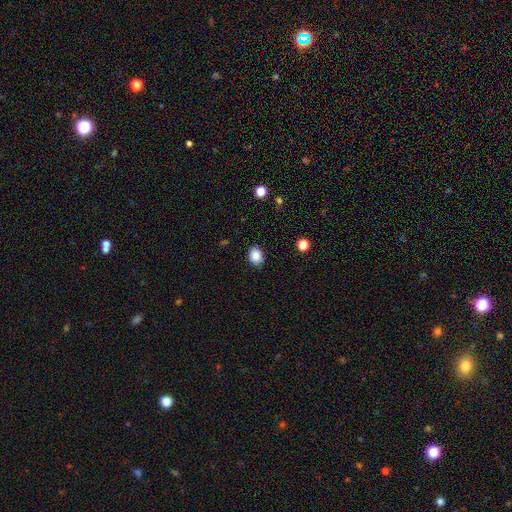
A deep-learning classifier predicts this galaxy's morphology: A smooth galaxy with no disk features (87%) that is round (50%).

Vote fractions:
- Smooth or featured? smooth: 87% / star or artifact: 9% / featured or disk: 4%
- How rounded? round: 50% / in between: 49% / cigar-shaped: 1%
- Merging? none: 87% / minor disturbance: 9% / major disturbance: 2% / merger: 1%